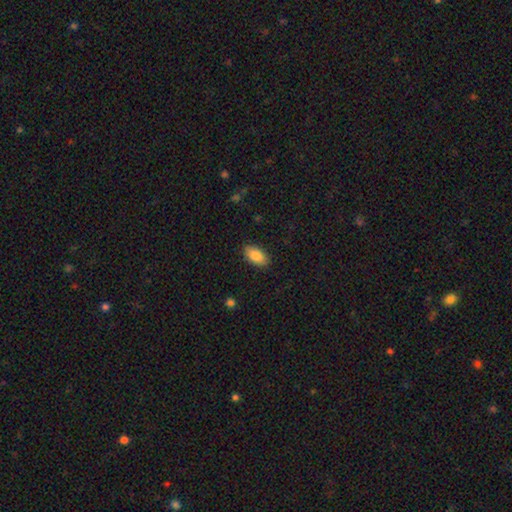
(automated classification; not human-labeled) Smooth or featured: smooth — 85% (featured or disk — 9%)
How rounded: in between — 92% (cigar-shaped — 5%)
Merging: none — 87% (minor disturbance — 9%)